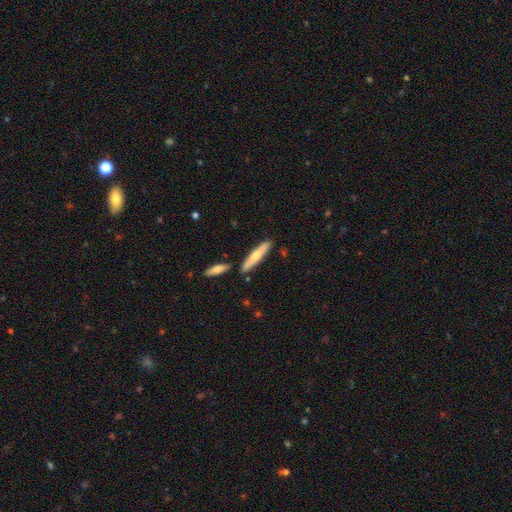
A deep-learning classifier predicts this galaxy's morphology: The model was most divided on "smooth or featured": smooth: 64%, featured or disk: 31%, star or artifact: 5%. More confident: how rounded — cigar-shaped (85%); merging — none (83%).